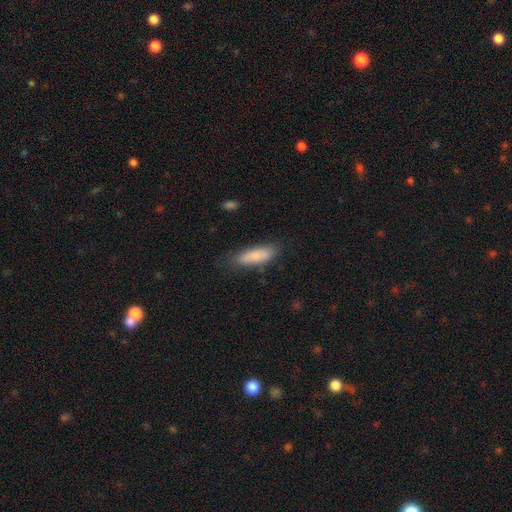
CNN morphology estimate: smooth 77%, featured or disk 17%, star or artifact 6%. Down the decision tree: how rounded — in between (53%); merging — none (75%).